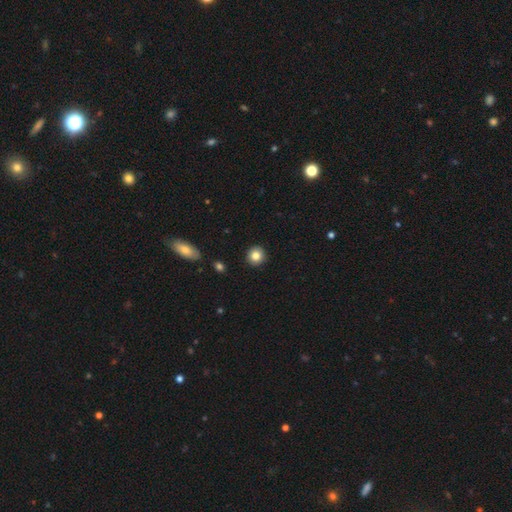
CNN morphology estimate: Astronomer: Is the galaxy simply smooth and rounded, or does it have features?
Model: smooth — 84%.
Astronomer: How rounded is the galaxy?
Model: round — 91%.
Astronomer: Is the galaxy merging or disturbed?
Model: none — 91%.